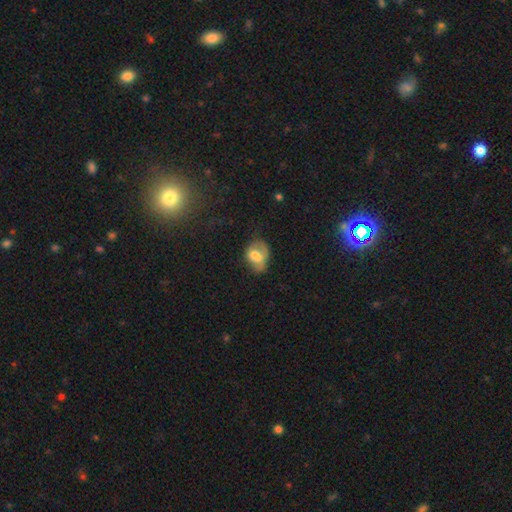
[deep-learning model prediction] Q: Smooth or featured?
A: smooth (63%); runner-up: featured or disk (27%)
Q: How rounded?
A: in between (74%); runner-up: round (25%)
Q: Merging?
A: none (36%); runner-up: minor disturbance (34%)